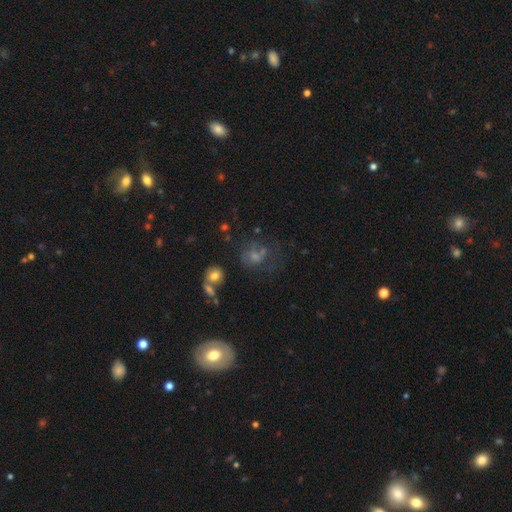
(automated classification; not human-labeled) A smooth galaxy with no disk features (49%). Merging: none (37%).